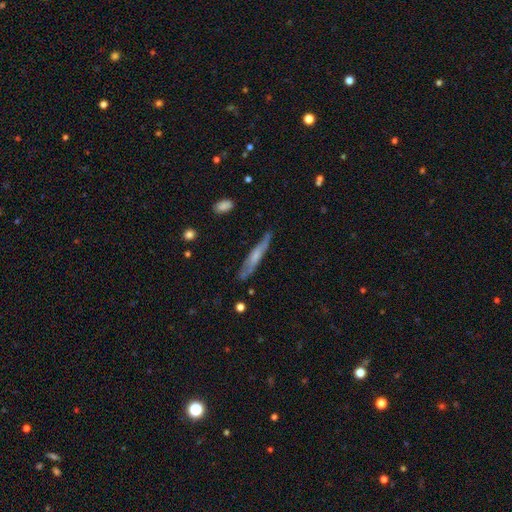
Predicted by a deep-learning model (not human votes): Q: Smooth or featured?
A: featured or disk (52%); runner-up: smooth (42%)
Q: Edge-on disk?
A: yes (78%); runner-up: no (22%)
Q: Merging?
A: none (74%); runner-up: minor disturbance (19%)